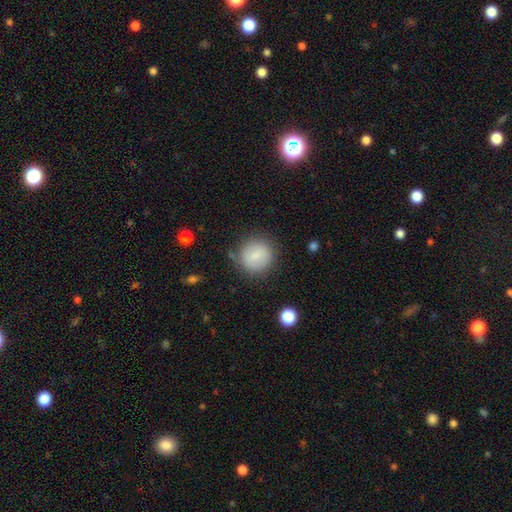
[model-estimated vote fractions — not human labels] This is likely a smooth galaxy (79%). How rounded: clearly round (89%). Merging: clearly none (81%).